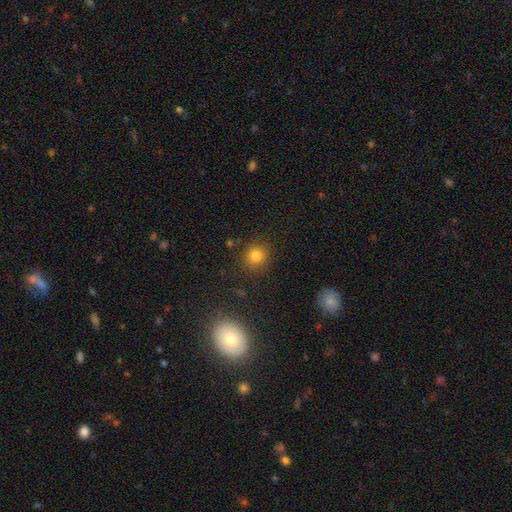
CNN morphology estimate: The model was most divided on "smooth or featured": smooth: 80%, star or artifact: 14%, featured or disk: 6%. More confident: how rounded — round (89%); merging — none (87%).